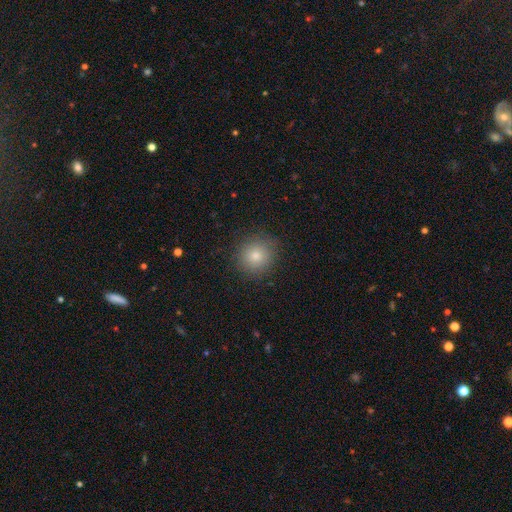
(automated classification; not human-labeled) A smooth galaxy with no disk features (82%) that is round (90%). Merging: none (88%).